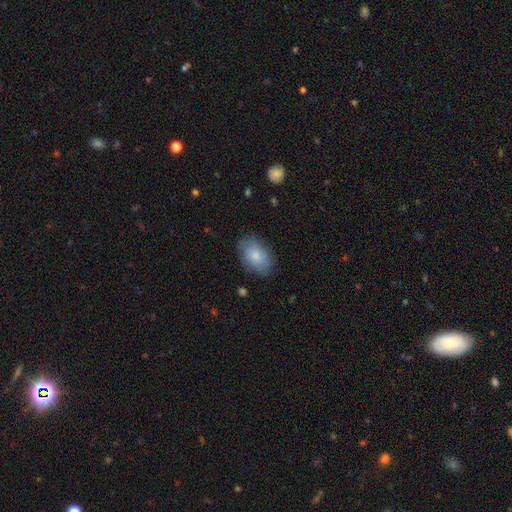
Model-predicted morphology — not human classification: Q: Smooth or featured?
A: smooth (80%); runner-up: featured or disk (14%)
Q: How rounded?
A: in between (87%); runner-up: round (12%)
Q: Merging?
A: none (78%); runner-up: minor disturbance (17%)